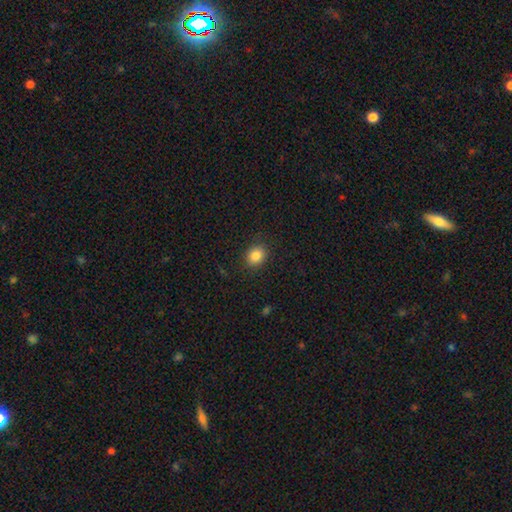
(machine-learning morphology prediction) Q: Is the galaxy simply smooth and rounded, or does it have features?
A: smooth — 85%.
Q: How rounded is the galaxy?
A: round — 58%.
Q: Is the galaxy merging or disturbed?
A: none — 88%.